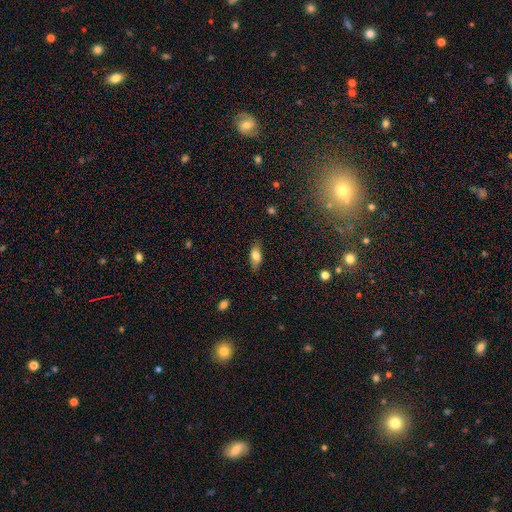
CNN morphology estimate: Smooth or featured: smooth — 76% (featured or disk — 17%)
How rounded: in between — 83% (cigar-shaped — 13%)
Merging: none — 81% (minor disturbance — 15%)